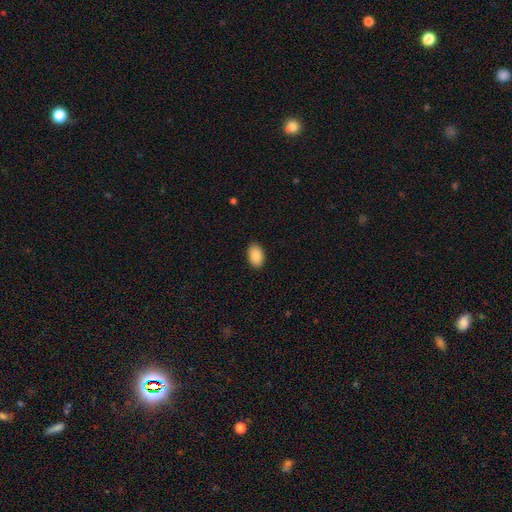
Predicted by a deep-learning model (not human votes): Overall: smooth (87%). How rounded: in between (91%). Merging: none (90%).